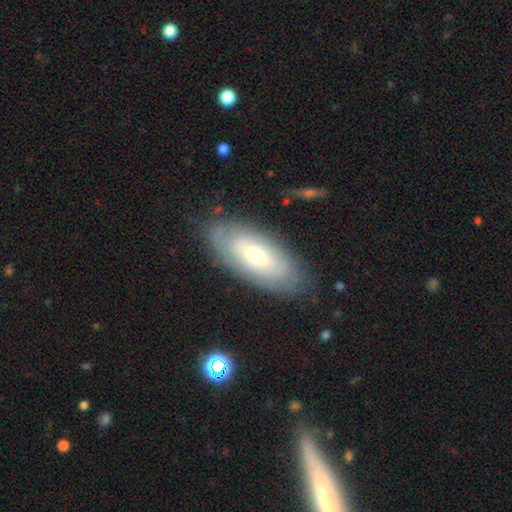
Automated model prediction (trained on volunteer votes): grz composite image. It shows a smooth galaxy with no disk features (49%). Merging: none (78%).